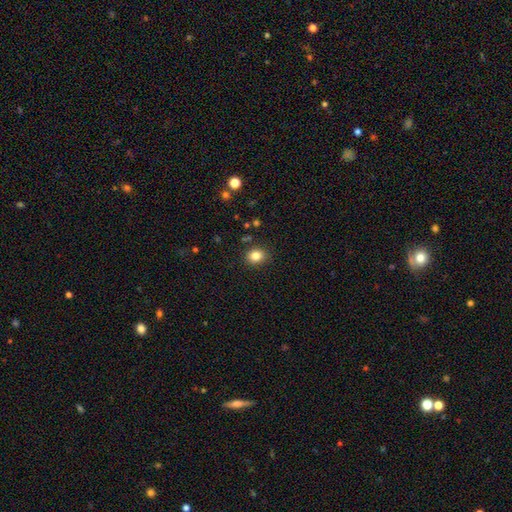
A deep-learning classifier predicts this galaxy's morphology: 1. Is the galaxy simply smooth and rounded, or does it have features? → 83% smooth, 11% star or artifact, 6% featured or disk.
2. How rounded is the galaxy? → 62% round, 37% in between, 1% cigar-shaped.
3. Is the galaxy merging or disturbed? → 87% none, 9% minor disturbance, 2% major disturbance, 1% merger.